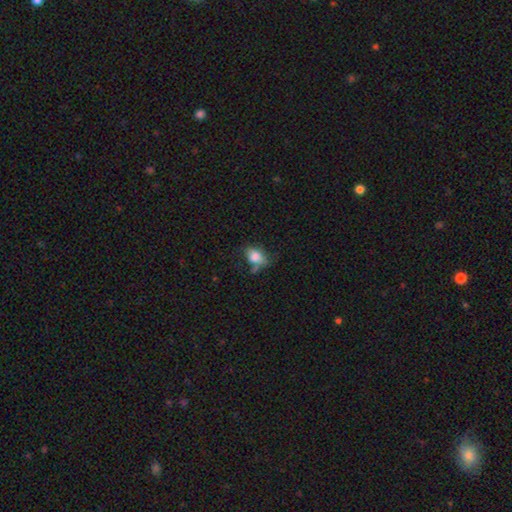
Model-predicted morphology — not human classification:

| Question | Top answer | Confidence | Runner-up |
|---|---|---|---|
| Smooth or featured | smooth | 75% | featured or disk (15%) |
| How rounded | in between | 79% | round (19%) |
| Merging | none | 41% | minor disturbance (29%) |